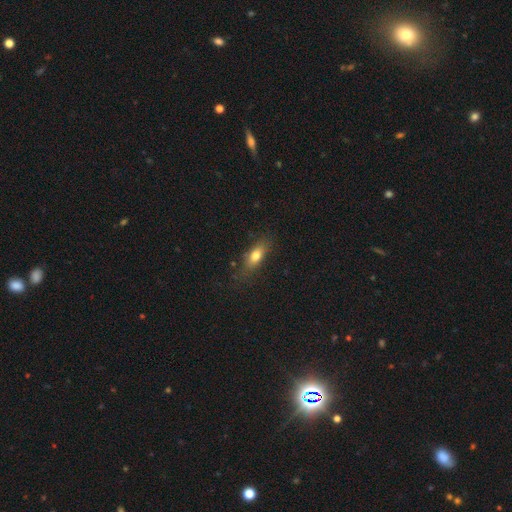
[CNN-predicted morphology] smooth_or_featured: smooth (p=0.73) [alt: featured or disk p=0.18]
how_rounded: in between (p=0.68) [alt: cigar-shaped p=0.26]
merging: none (p=0.75) [alt: minor disturbance p=0.18]